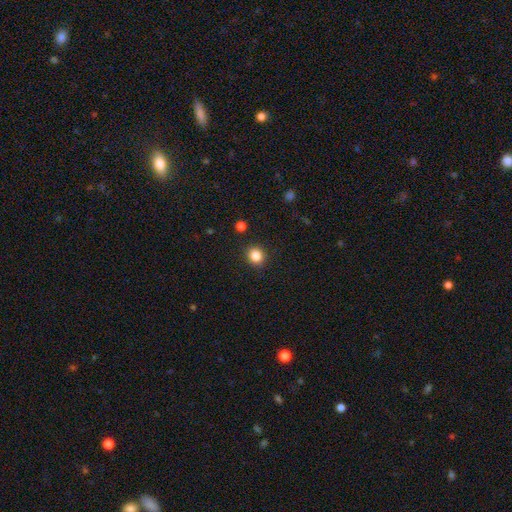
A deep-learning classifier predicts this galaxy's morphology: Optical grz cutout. It shows a smooth galaxy with no disk features (85%) that is round (89%). Merging: none (91%).